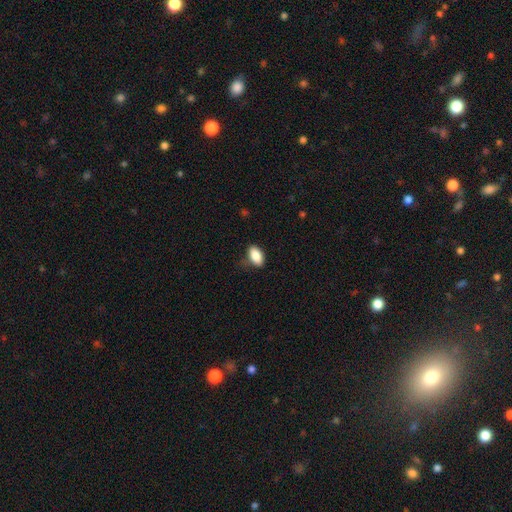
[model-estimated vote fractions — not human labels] Smooth or featured? smooth (87%)
How rounded? in between (92%)
Merging? none (73%)